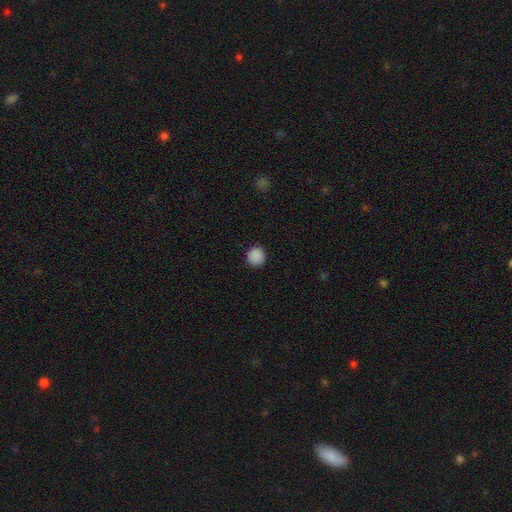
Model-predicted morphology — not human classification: smooth_or_featured: smooth (p=0.89) [alt: star or artifact p=0.09]
how_rounded: round (p=0.92) [alt: in between p=0.07]
merging: none (p=0.91) [alt: minor disturbance p=0.06]